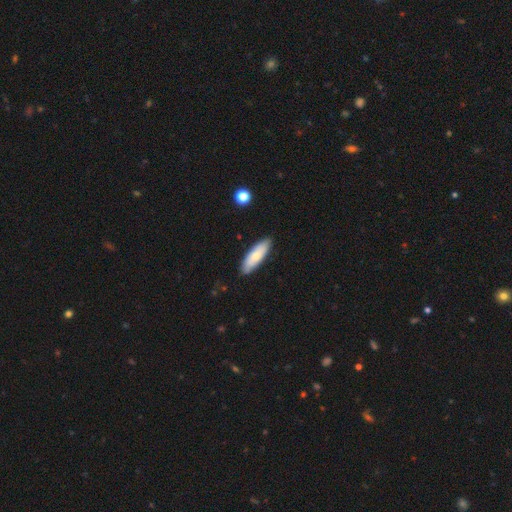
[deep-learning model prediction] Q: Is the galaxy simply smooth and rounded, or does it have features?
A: smooth — 76%.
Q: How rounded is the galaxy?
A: in between — 56%.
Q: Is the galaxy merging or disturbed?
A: none — 87%.